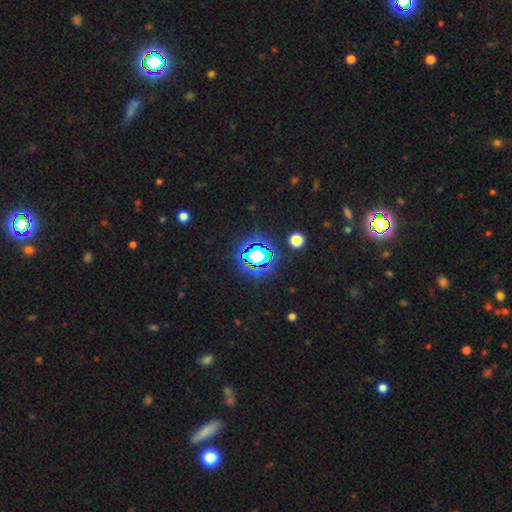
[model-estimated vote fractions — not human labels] Smooth or featured: star or artifact — 67% (smooth — 19%)